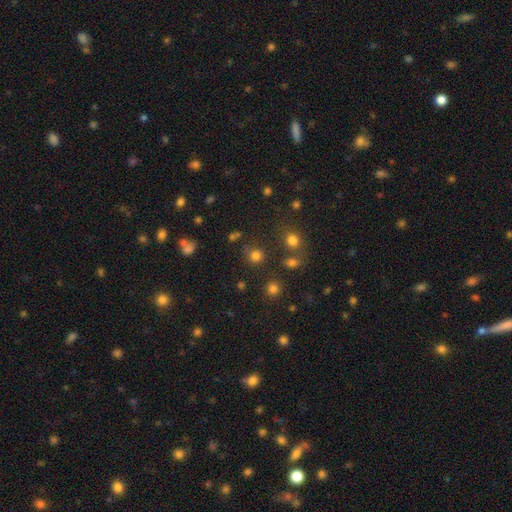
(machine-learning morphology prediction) This appears to be a smooth galaxy with no disk features (77%) that is round (88%). Merging: none (75%).